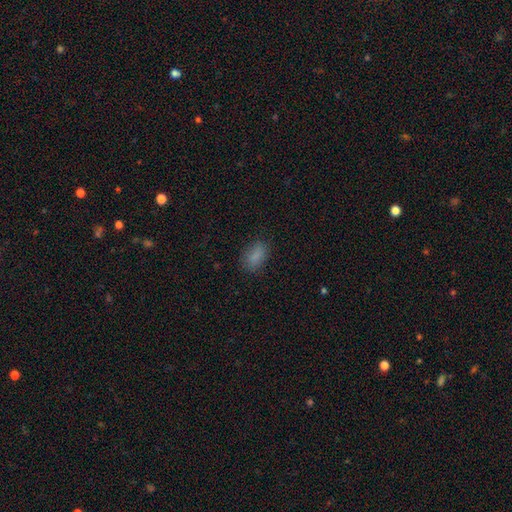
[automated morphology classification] Overall: smooth (84%). How rounded: in between (89%). Merging: none (80%).